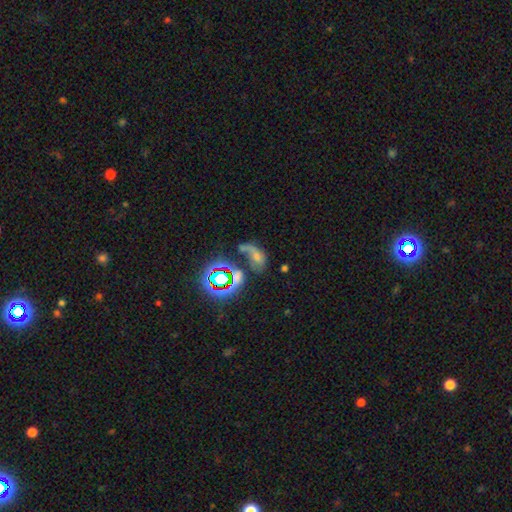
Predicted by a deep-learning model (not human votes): The model was most divided on "merging": merger: 35%, major disturbance: 29%, none: 22%, minor disturbance: 14%. Remaining: smooth or featured — smooth (39%).